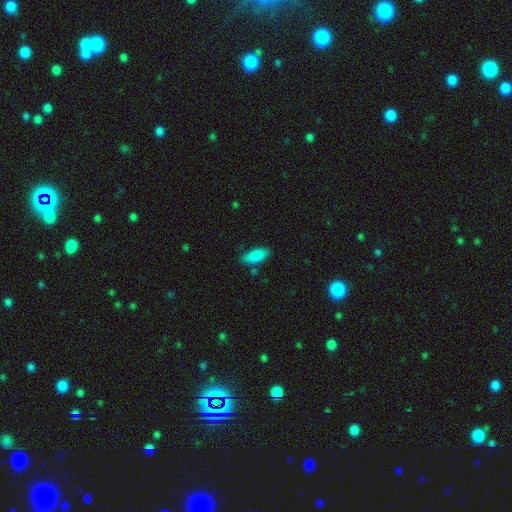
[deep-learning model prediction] Smooth or featured?
  - smooth: 88% *
  - star or artifact: 7%
  - featured or disk: 5%
How rounded?
  - in between: 80% *
  - cigar-shaped: 18%
  - round: 2%
Merging?
  - none: 77% *
  - minor disturbance: 17%
  - merger: 3%
  - major disturbance: 3%